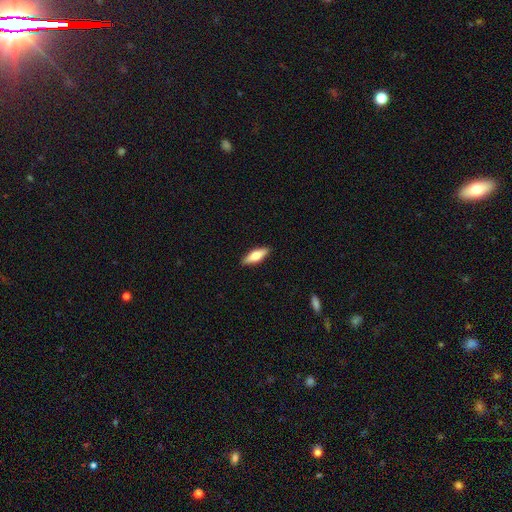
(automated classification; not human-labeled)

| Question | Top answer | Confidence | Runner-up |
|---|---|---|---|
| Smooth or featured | smooth | 55% | featured or disk (38%) |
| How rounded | in between | 52% | cigar-shaped (46%) |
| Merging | none | 89% | minor disturbance (8%) |